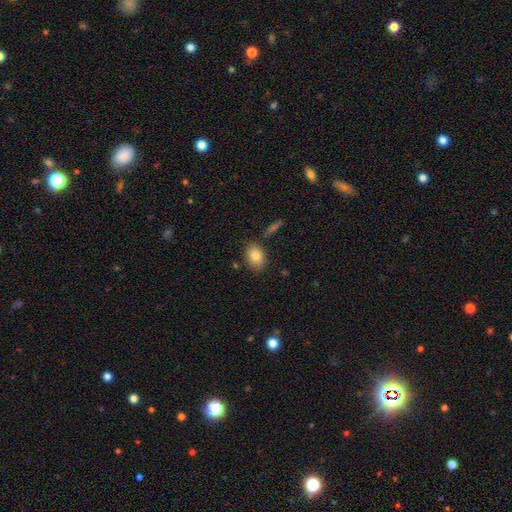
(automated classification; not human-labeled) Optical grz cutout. It shows a smooth galaxy with no disk features (79%) that is in between round and cigar-shaped (77%). Merging: none (82%).